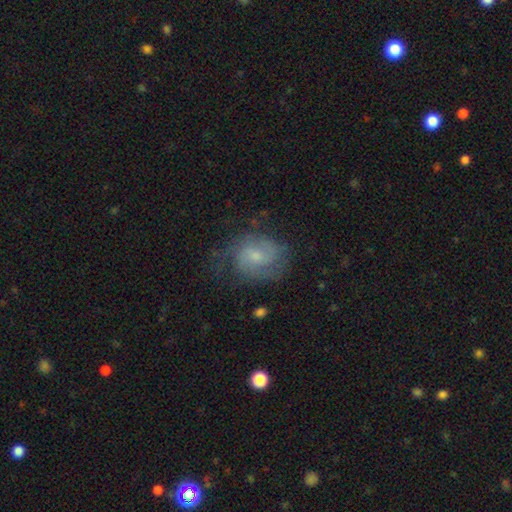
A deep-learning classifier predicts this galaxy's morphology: The model was most divided on "bar": no: 54%, weak: 40%, strong: 6%. More confident: edge-on disk — no (97%); spiral arms — yes (84%); merging — none (60%); smooth or featured — featured or disk (58%); bulge size — small (53%).